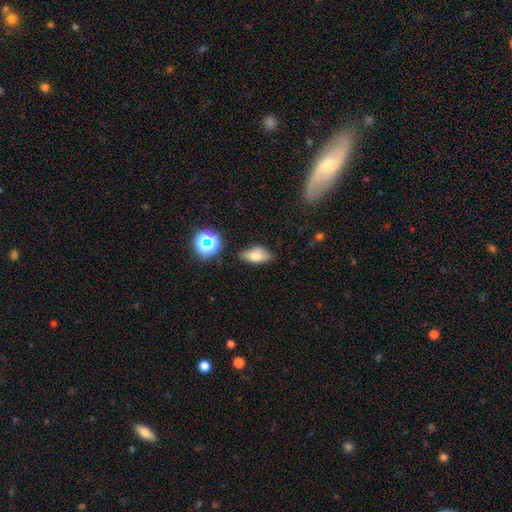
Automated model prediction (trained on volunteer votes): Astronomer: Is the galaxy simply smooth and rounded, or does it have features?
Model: smooth — 68%.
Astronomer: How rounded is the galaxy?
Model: in between — 84%.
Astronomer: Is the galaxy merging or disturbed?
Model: none — 73%.